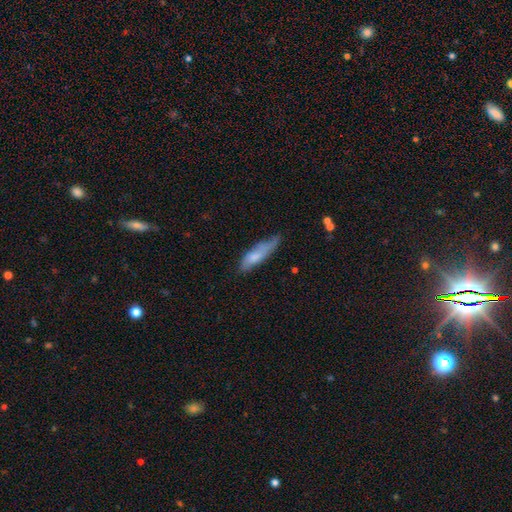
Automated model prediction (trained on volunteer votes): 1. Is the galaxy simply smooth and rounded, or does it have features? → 67% smooth, 26% featured or disk, 7% star or artifact.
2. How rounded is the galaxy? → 63% cigar-shaped, 35% in between, 2% round.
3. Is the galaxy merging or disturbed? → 48% none, 36% minor disturbance, 12% major disturbance, 3% merger.